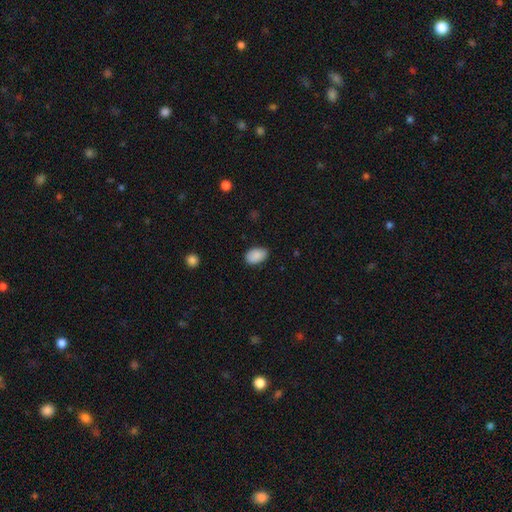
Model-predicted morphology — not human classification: A smooth galaxy with no disk features (90%) that is in between round and cigar-shaped (91%).

Vote fractions:
- Smooth or featured? smooth: 90% / star or artifact: 7% / featured or disk: 4%
- How rounded? in between: 91% / round: 8% / cigar-shaped: 1%
- Merging? none: 81% / minor disturbance: 16% / major disturbance: 3% / merger: 1%